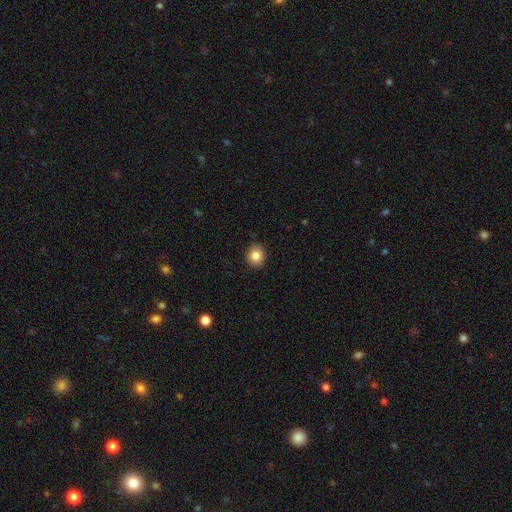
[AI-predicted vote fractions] This appears to be a smooth galaxy with no disk features (85%) that is round (70%). Merging: none (91%).